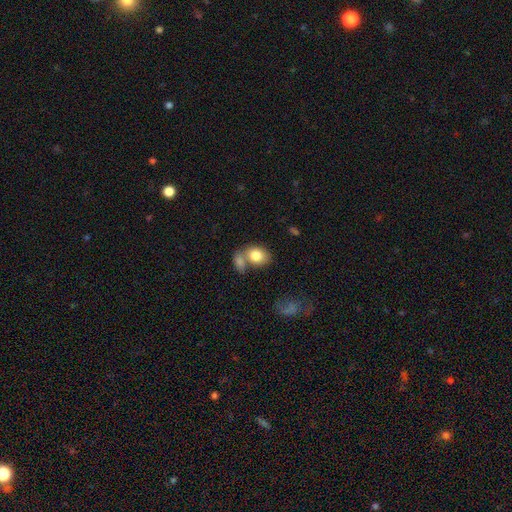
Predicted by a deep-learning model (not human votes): A smooth galaxy with no disk features (81%) that is in between round and cigar-shaped (61%).

Vote fractions:
- Smooth or featured? smooth: 81% / featured or disk: 11% / star or artifact: 8%
- How rounded? in between: 61% / round: 38% / cigar-shaped: 1%
- Merging? merger: 43% / none: 40% / minor disturbance: 12% / major disturbance: 5%